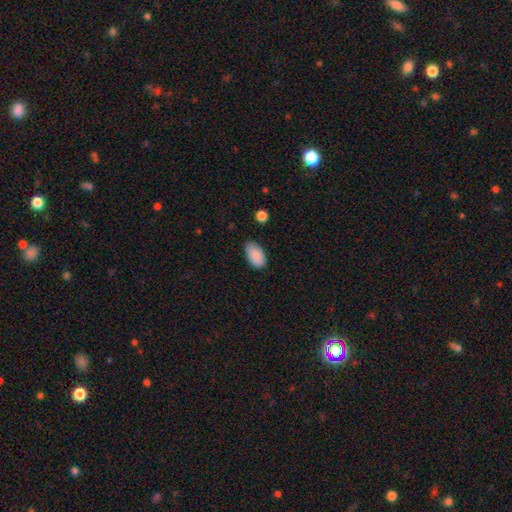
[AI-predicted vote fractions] This appears to be a smooth galaxy with no disk features (88%) that is in between round and cigar-shaped (94%). Merging: none (70%).